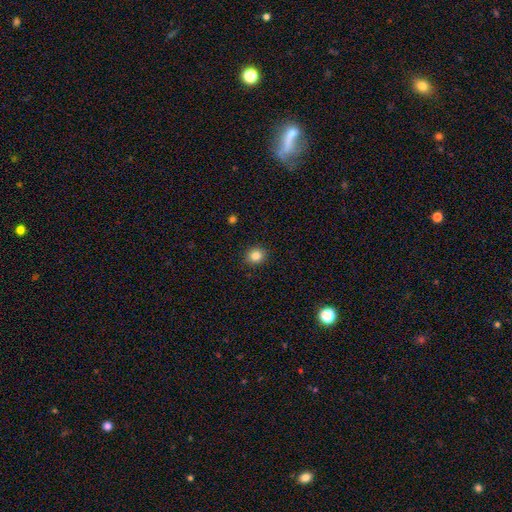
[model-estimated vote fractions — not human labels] This is clearly a smooth galaxy (85%). How rounded: likely round (80%). Merging: clearly none (91%).